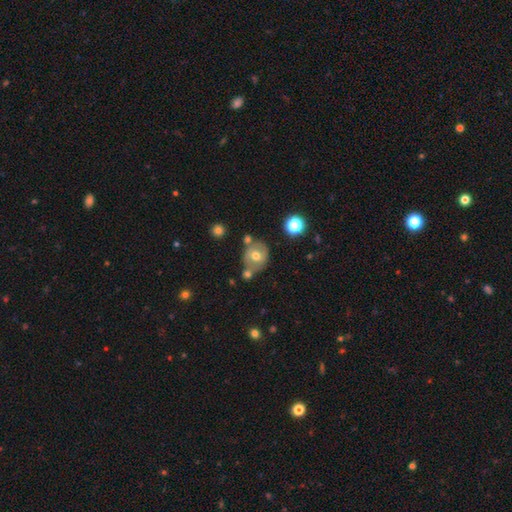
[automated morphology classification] smooth-or-featured: smooth: 55% | featured or disk: 34% | star or artifact: 11%
  how-rounded: round: 72% | in between: 27% | cigar-shaped: 1%
  merging: none: 54% | merger: 21% | minor disturbance: 18% | major disturbance: 6%